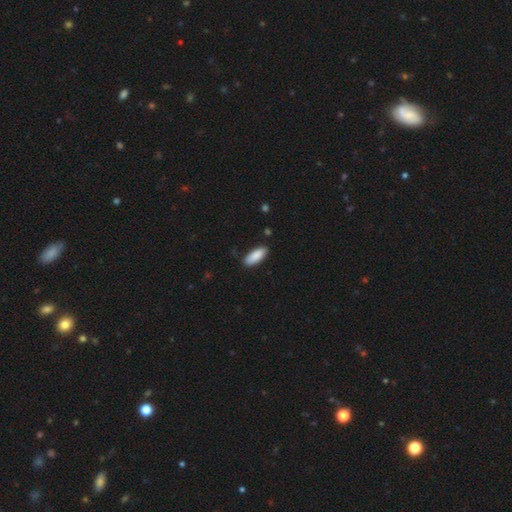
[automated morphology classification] This is clearly a smooth galaxy (89%). How rounded: likely in between (78%). Merging: clearly none (84%).